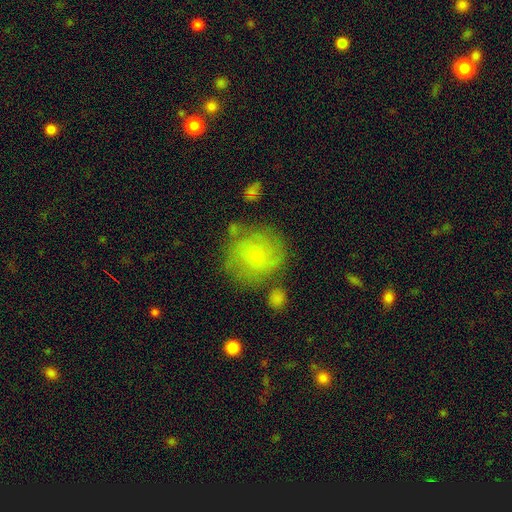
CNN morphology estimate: Smooth or featured?
  - smooth: 46% *
  - featured or disk: 45%
  - star or artifact: 9%
Merging?
  - none: 66% *
  - minor disturbance: 19%
  - major disturbance: 10%
  - merger: 5%